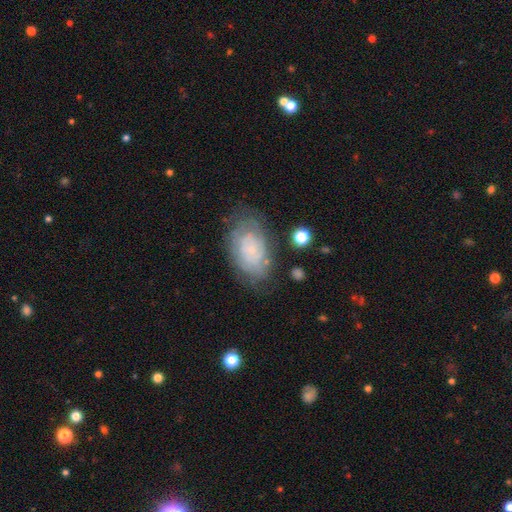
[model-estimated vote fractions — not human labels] Smooth or featured? featured or disk (60%)
Edge-on disk? no (96%)
Bar? no (79%)
Spiral arms? yes (69%)
Bulge size? small (68%)
Merging? none (57%)